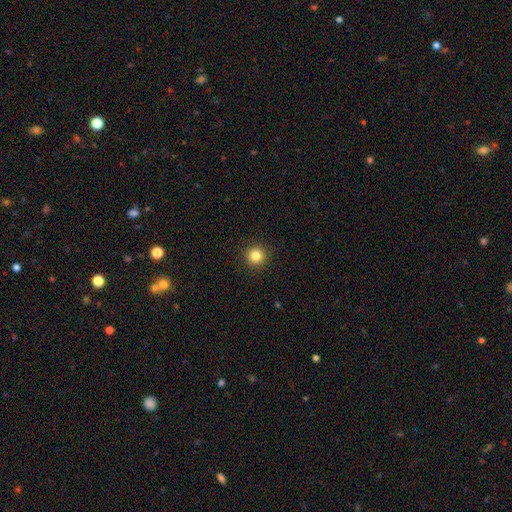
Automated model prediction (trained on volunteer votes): Morphology: type=smooth (83%); roundness=round (96%); merging=none (93%).